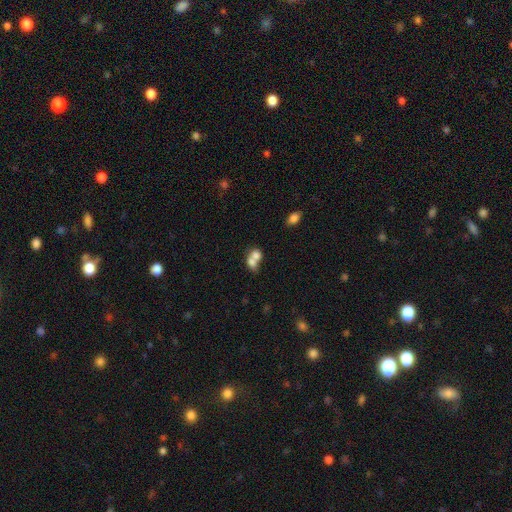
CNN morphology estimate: Overall: smooth (71%). How rounded: in between (51%; round 47%). Merging: merger (72%).